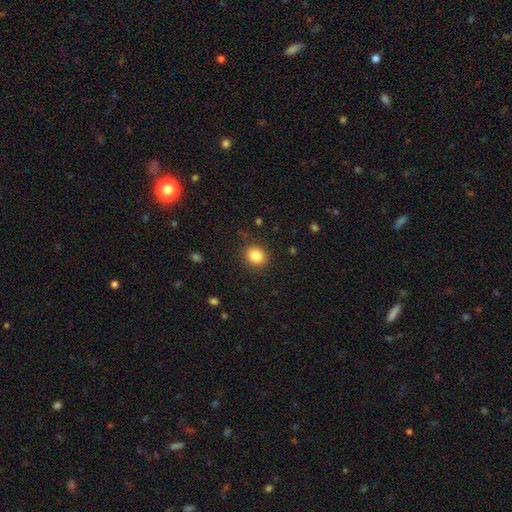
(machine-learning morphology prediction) smooth-or-featured: smooth: 85% | star or artifact: 10% | featured or disk: 5%
  how-rounded: round: 68% | in between: 31% | cigar-shaped: 1%
  merging: none: 88% | minor disturbance: 8% | major disturbance: 3% | merger: 1%